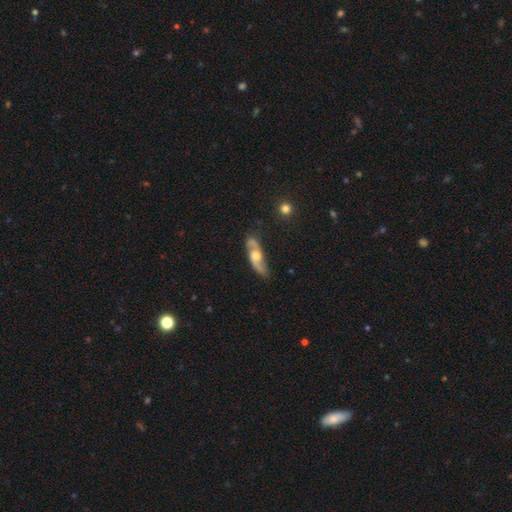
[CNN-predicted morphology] smooth_or_featured: featured or disk (p=0.71) [alt: smooth p=0.23]
disk_edge_on: no (p=0.79) [alt: yes p=0.21]
bar: no (p=0.66) [alt: weak p=0.29]
has_spiral_arms: yes (p=0.90) [alt: no p=0.10]
spiral_winding: loose (p=0.50) [alt: medium p=0.37]
spiral_arm_count: 2 (p=0.88) [alt: can't tell p=0.07]
bulge_size: moderate (p=0.64) [alt: small p=0.17]
merging: none (p=0.73) [alt: minor disturbance p=0.18]